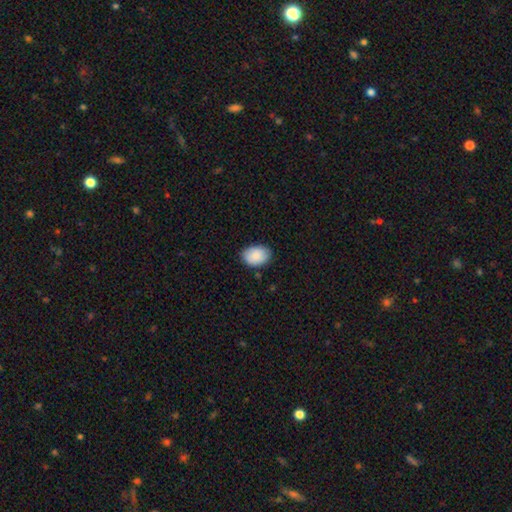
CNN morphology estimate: smooth 87%, star or artifact 7%, featured or disk 6%. Down the decision tree: how rounded — in between (80%); merging — none (83%).